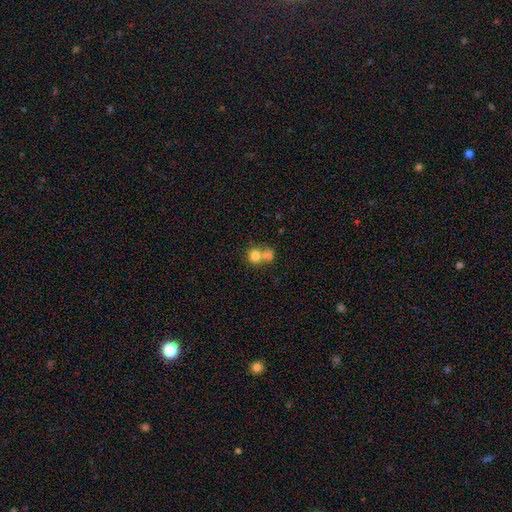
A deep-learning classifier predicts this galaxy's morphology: type=smooth (73%); roundness=round (78%); merging=merger (53%).